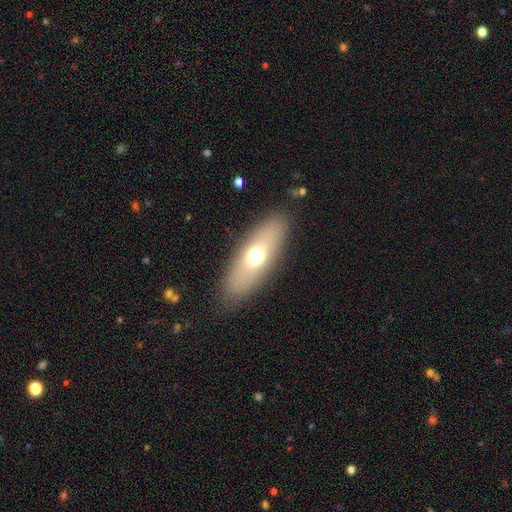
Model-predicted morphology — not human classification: Smooth or featured? Predicted: smooth (p=0.61). How rounded? Predicted: in between (p=0.70). Merging? Predicted: none (p=0.86).